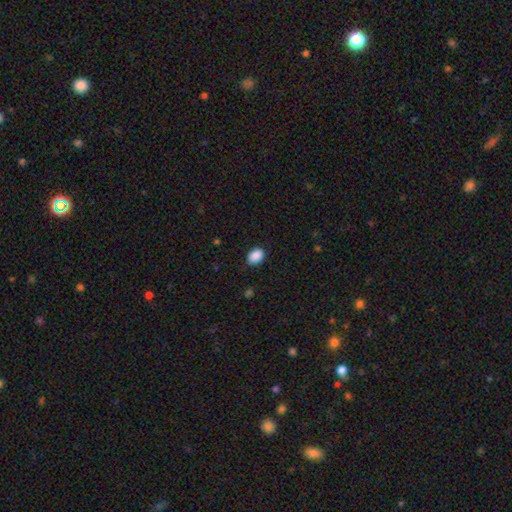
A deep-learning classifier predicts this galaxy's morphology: smooth-or-featured: smooth: 90% | star or artifact: 7% | featured or disk: 3%
  how-rounded: in between: 78% | round: 21% | cigar-shaped: 1%
  merging: none: 86% | minor disturbance: 11% | major disturbance: 2% | merger: 1%